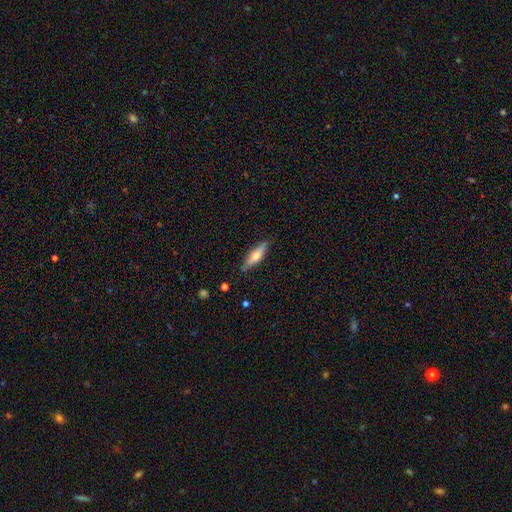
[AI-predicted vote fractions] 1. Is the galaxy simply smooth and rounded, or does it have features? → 49% smooth, 45% featured or disk, 6% star or artifact.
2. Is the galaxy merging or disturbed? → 83% none, 13% minor disturbance, 2% major disturbance, 1% merger.